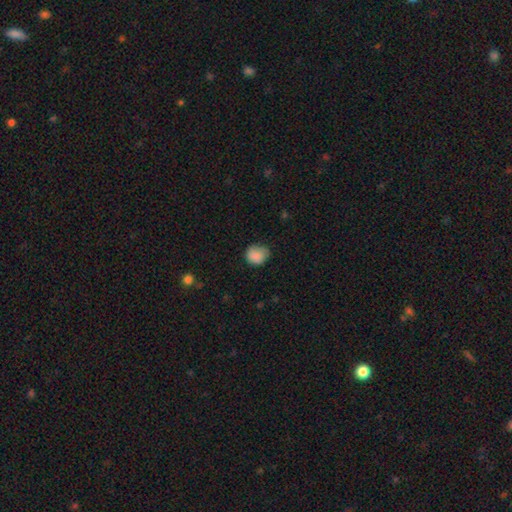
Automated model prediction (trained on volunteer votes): A smooth galaxy with no disk features (86%) that is round (71%).

Vote fractions:
- Smooth or featured? smooth: 86% / star or artifact: 8% / featured or disk: 6%
- How rounded? round: 71% / in between: 29% / cigar-shaped: 1%
- Merging? none: 65% / minor disturbance: 28% / major disturbance: 6% / merger: 1%